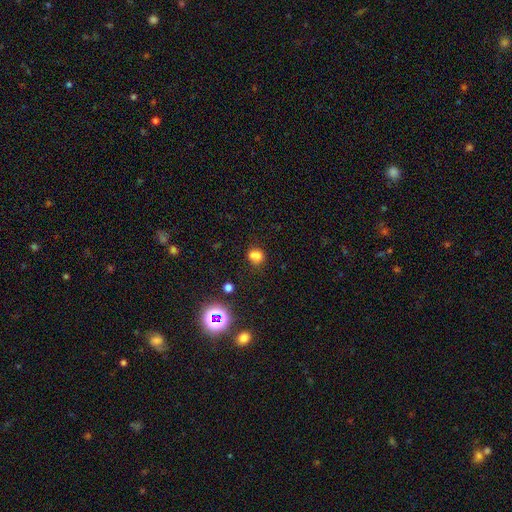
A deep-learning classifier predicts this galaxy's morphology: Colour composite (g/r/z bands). It shows a smooth galaxy with no disk features (71%) that is round (63%). Merging: none (46%).